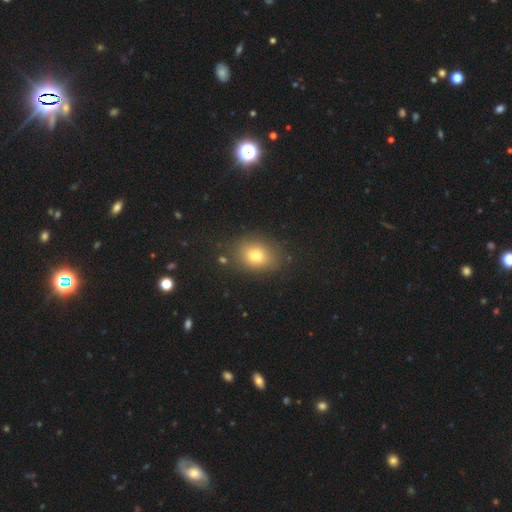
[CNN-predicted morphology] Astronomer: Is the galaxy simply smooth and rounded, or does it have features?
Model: smooth — 76%.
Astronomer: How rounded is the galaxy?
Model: in between — 60% (runner-up: round, 39%).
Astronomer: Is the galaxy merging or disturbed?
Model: none — 83%.